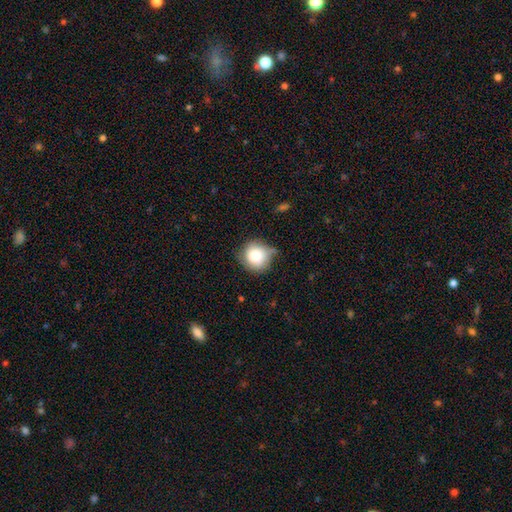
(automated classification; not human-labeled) smooth_or_featured: smooth (p=0.78) [alt: featured or disk p=0.13]
how_rounded: round (p=0.90) [alt: in between p=0.09]
merging: none (p=0.55) [alt: minor disturbance p=0.34]